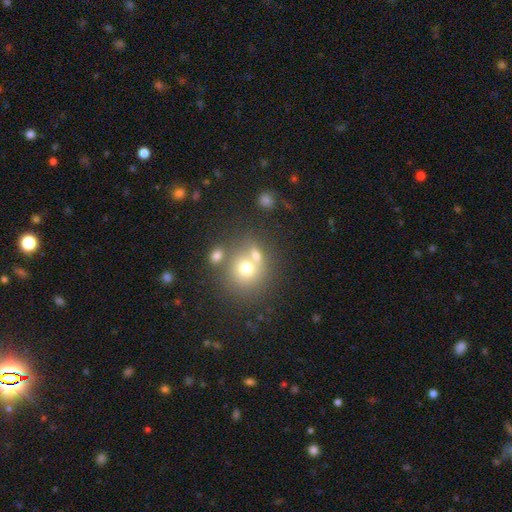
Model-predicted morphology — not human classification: Overall: smooth (69%). How rounded: round (76%). Merging: none (44%; merger 42%).